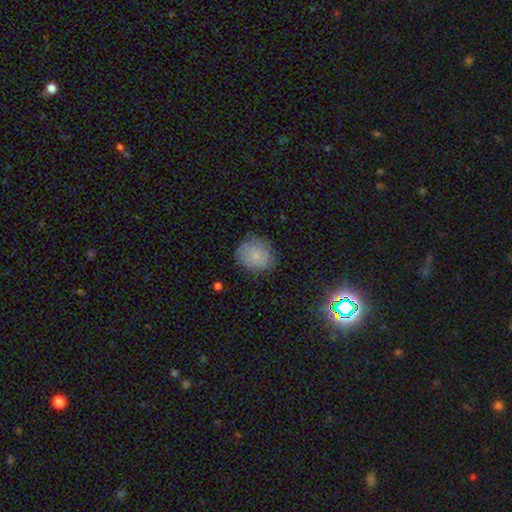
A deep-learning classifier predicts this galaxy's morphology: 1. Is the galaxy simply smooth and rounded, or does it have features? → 76% smooth, 14% featured or disk, 10% star or artifact.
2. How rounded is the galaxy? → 70% round, 29% in between, 1% cigar-shaped.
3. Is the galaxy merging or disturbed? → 78% none, 16% minor disturbance, 4% major disturbance, 1% merger.